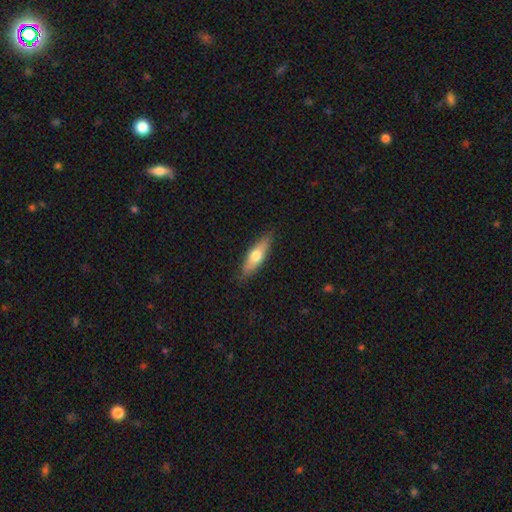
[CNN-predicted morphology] A smooth galaxy with no disk features (61%) that is cigar-shaped (50%).

Vote fractions:
- Smooth or featured? smooth: 61% / featured or disk: 33% / star or artifact: 6%
- How rounded? cigar-shaped: 50% / in between: 48% / round: 2%
- Merging? none: 84% / minor disturbance: 12% / major disturbance: 2% / merger: 1%